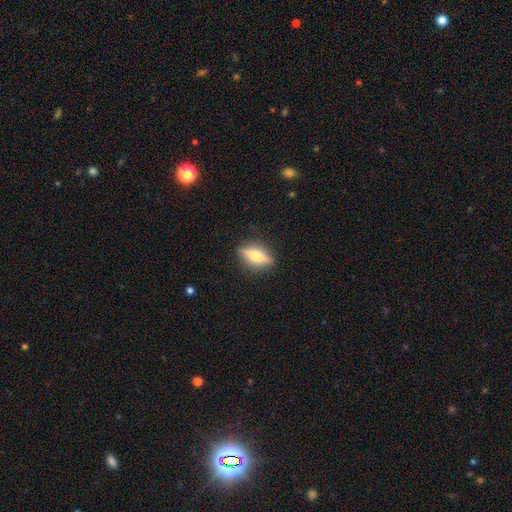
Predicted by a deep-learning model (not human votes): Smooth or featured? featured or disk (56%)
Edge-on disk? yes (89%)
Merging? none (87%)